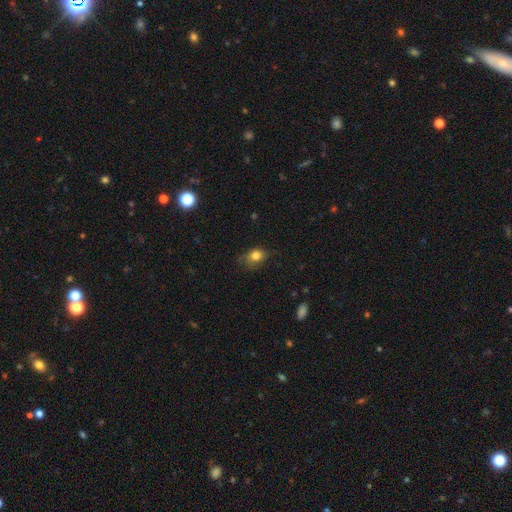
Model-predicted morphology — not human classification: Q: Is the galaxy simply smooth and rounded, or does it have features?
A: smooth — 80%.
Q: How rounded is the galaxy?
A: in between — 58%.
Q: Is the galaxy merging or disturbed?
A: none — 61%.